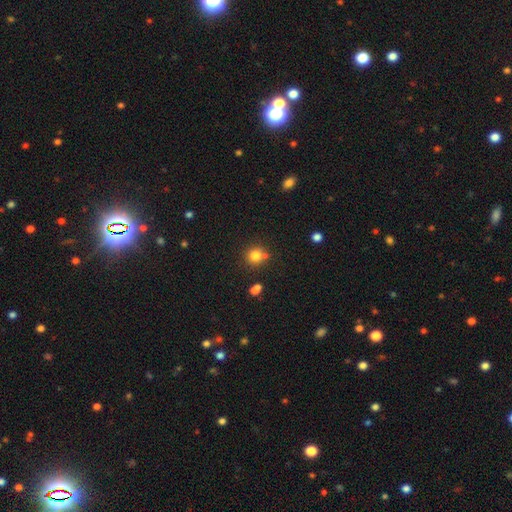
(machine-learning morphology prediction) This is clearly a smooth galaxy (81%). How rounded: clearly round (89%). Merging: likely none (73%).